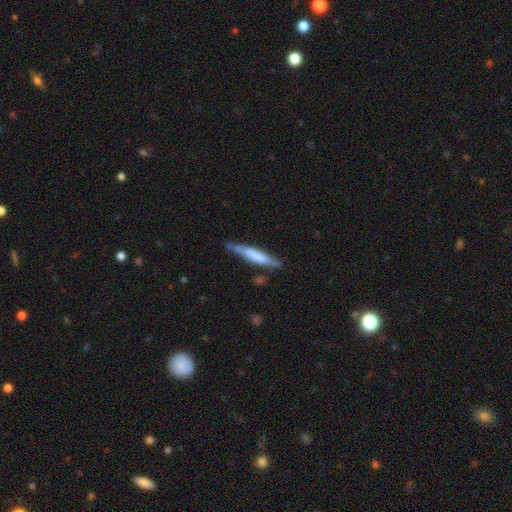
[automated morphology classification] Q: Smooth or featured?
A: smooth (54%); runner-up: featured or disk (40%)
Q: How rounded?
A: cigar-shaped (90%); runner-up: in between (8%)
Q: Merging?
A: none (69%); runner-up: minor disturbance (22%)